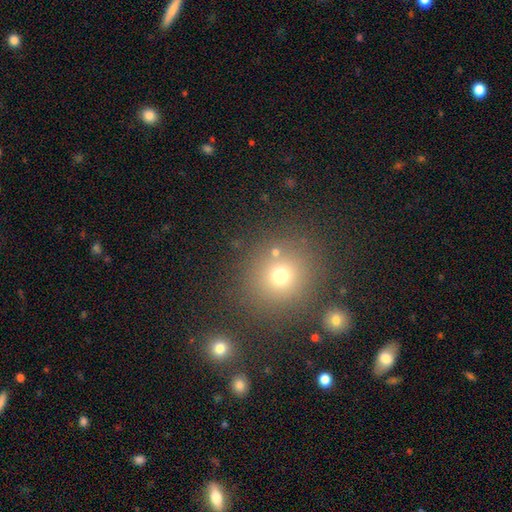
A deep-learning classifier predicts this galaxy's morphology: smooth 58%, star or artifact 32%, featured or disk 9%. Down the decision tree: how rounded — round (90%); merging — none (84%).